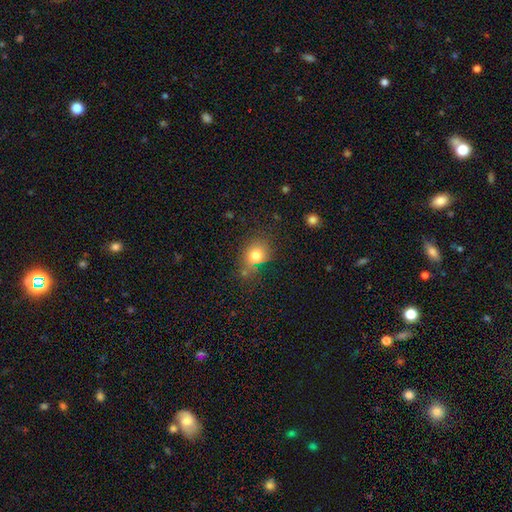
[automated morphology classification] This appears to be a smooth galaxy with no disk features (79%) that is round (60%). Merging: none (60%).